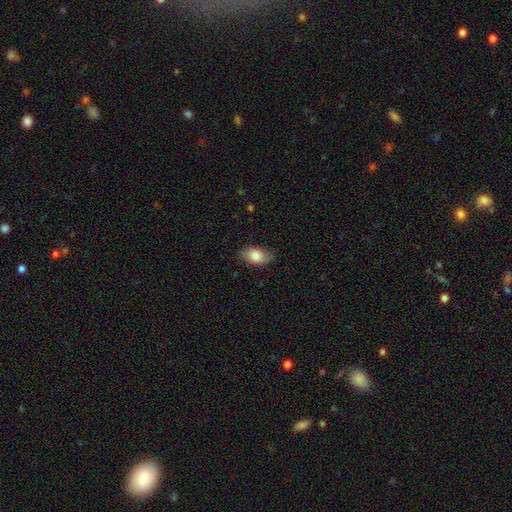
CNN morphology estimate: smooth_or_featured: smooth (p=0.82) [alt: featured or disk p=0.11]
how_rounded: in between (p=0.90) [alt: round p=0.08]
merging: none (p=0.79) [alt: minor disturbance p=0.17]